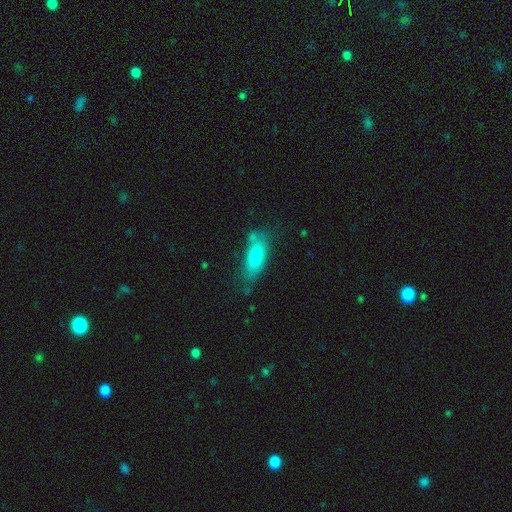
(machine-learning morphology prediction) A smooth galaxy with no disk features (75%) that is in between round and cigar-shaped (72%).

Vote fractions:
- Smooth or featured? smooth: 75% / featured or disk: 18% / star or artifact: 7%
- How rounded? in between: 72% / cigar-shaped: 25% / round: 3%
- Merging? none: 64% / minor disturbance: 23% / merger: 7% / major disturbance: 6%